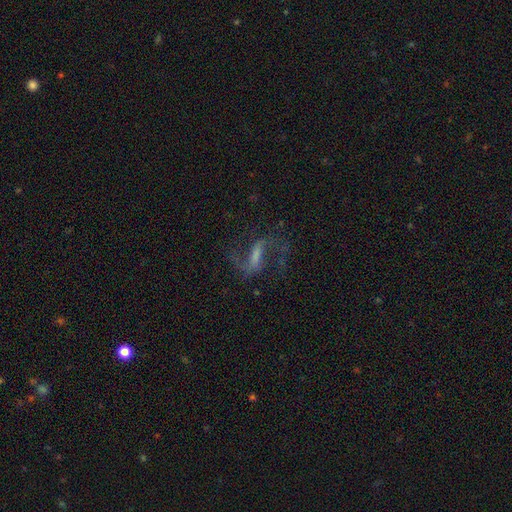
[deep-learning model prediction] Smooth or featured?
  - featured or disk: 81% *
  - smooth: 10%
  - star or artifact: 9%
Edge-on disk?
  - no: 93% *
  - yes: 7%
Bar?
  - strong: 54% *
  - weak: 36%
  - no: 11%
Spiral arms?
  - yes: 95% *
  - no: 5%
Spiral winding?
  - loose: 63% *
  - medium: 32%
  - tight: 5%
Spiral arm count?
  - 2: 92% *
  - can't tell: 3%
  - 1: 2%
  - 3: 1%
  - 4: 1%
  - more than 4: 1%
Bulge size?
  - none: 40% *
  - small: 27%
  - moderate: 22%
  - large: 9%
  - dominant: 2%
Merging?
  - none: 72% *
  - major disturbance: 13%
  - minor disturbance: 12%
  - merger: 2%